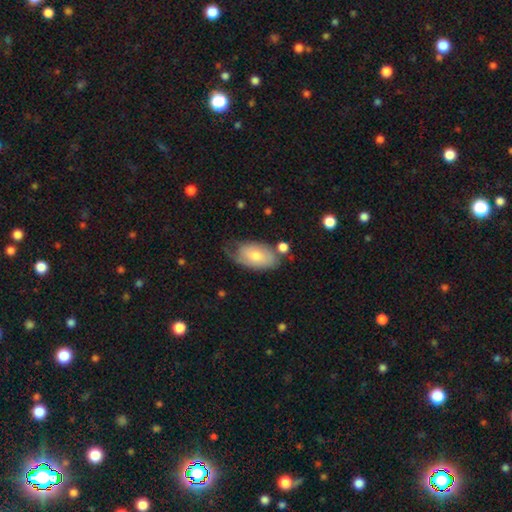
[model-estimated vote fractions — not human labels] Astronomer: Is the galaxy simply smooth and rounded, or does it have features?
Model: smooth — 57% (runner-up: featured or disk, 36%).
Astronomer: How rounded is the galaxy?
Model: in between — 92%.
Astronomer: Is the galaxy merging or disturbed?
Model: none — 47% (runner-up: minor disturbance, 33%).